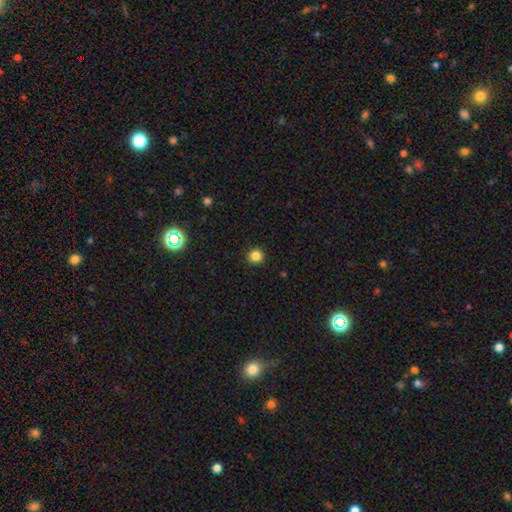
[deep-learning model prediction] Smooth or featured?
  - smooth: 83% *
  - star or artifact: 13%
  - featured or disk: 4%
How rounded?
  - round: 94% *
  - in between: 5%
  - cigar-shaped: 1%
Merging?
  - none: 92% *
  - minor disturbance: 5%
  - major disturbance: 2%
  - merger: 1%